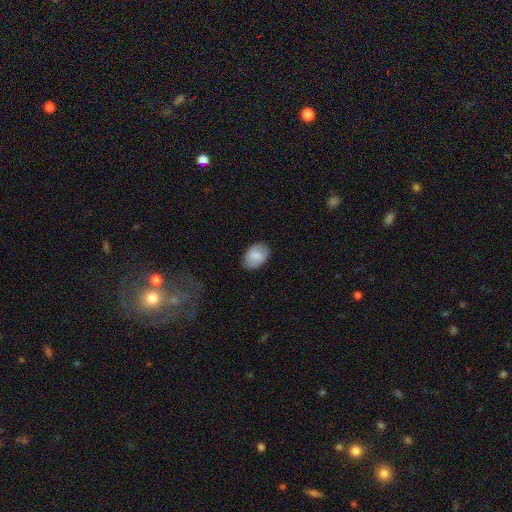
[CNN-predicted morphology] smooth 76%, featured or disk 17%, star or artifact 7%. Down the decision tree: how rounded — in between (81%); merging — none (82%).